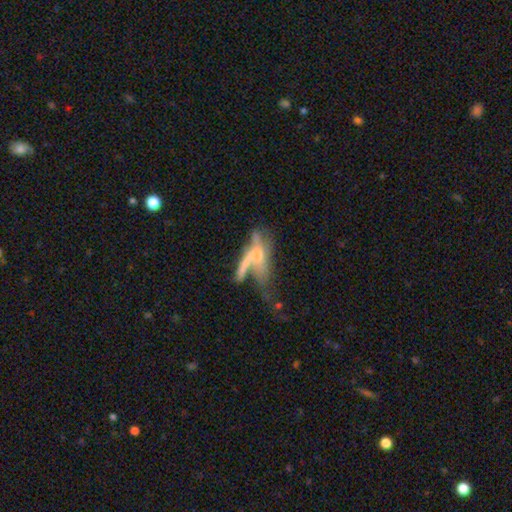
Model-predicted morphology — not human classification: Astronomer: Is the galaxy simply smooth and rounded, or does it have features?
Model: featured or disk — 54% (runner-up: smooth, 35%).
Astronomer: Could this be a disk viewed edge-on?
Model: no — 68%.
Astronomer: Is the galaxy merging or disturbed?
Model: major disturbance — 33% (runner-up: merger, 32%).